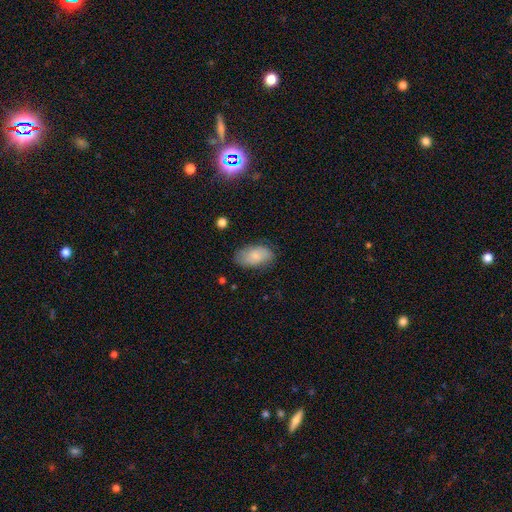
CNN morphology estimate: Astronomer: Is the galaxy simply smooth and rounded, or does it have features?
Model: smooth — 77%.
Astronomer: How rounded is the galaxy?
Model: in between — 94%.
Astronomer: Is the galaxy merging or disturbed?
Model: none — 74%.